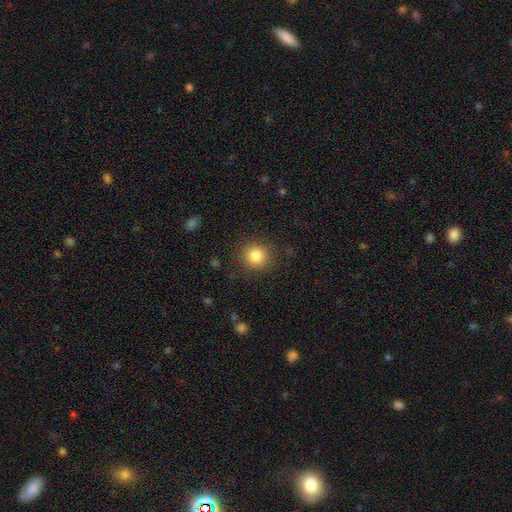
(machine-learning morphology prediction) smooth-or-featured: smooth: 84% | star or artifact: 10% | featured or disk: 5%
  how-rounded: round: 91% | in between: 8% | cigar-shaped: 1%
  merging: none: 88% | minor disturbance: 8% | major disturbance: 3% | merger: 1%